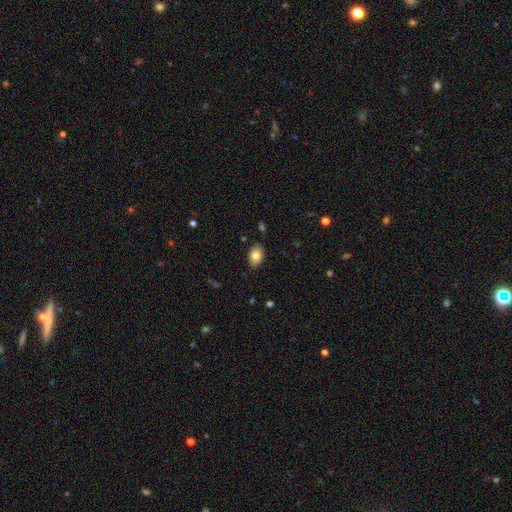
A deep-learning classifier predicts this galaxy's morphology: type=smooth (81%); roundness=in between (88%); merging=none (87%).